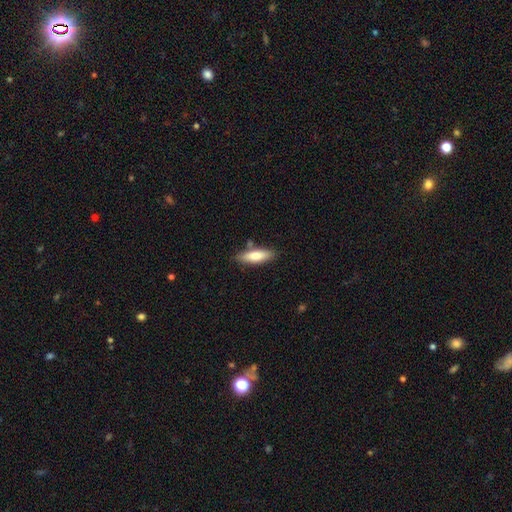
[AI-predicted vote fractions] smooth-or-featured: smooth: 78% | featured or disk: 16% | star or artifact: 6%
  how-rounded: in between: 49% (tied) | cigar-shaped: 49% (tied) | round: 2%
  merging: none: 78% | minor disturbance: 13% | merger: 6% | major disturbance: 3%